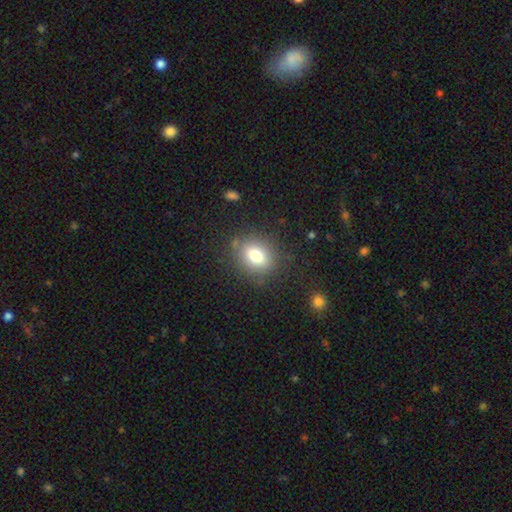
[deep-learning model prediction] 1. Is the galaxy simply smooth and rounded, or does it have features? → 75% smooth, 13% featured or disk, 12% star or artifact.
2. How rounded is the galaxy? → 51% round, 48% in between, 1% cigar-shaped.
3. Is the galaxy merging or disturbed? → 82% none, 12% minor disturbance, 5% major disturbance, 2% merger.